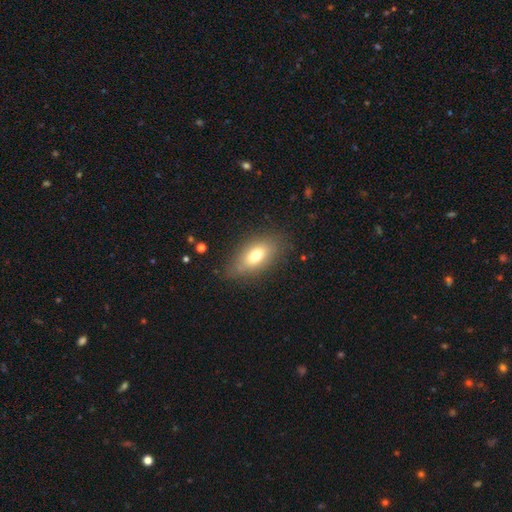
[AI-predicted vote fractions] The model was most divided on "smooth or featured": smooth: 71%, featured or disk: 20%, star or artifact: 9%. More confident: how rounded — in between (86%); merging — none (78%).